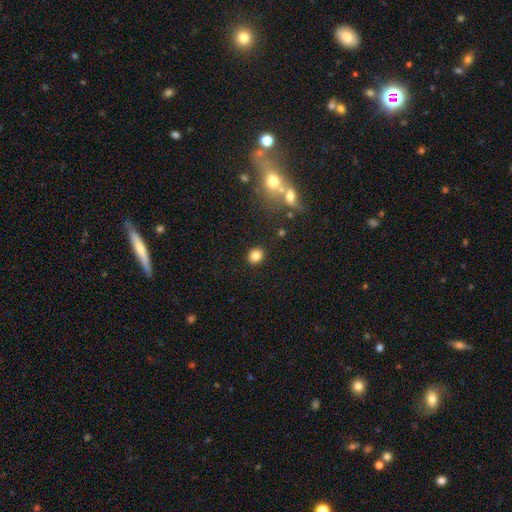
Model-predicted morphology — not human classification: The model was most divided on "how rounded": round: 74%, in between: 25%, cigar-shaped: 1%. More confident: merging — none (88%); smooth or featured — smooth (83%).